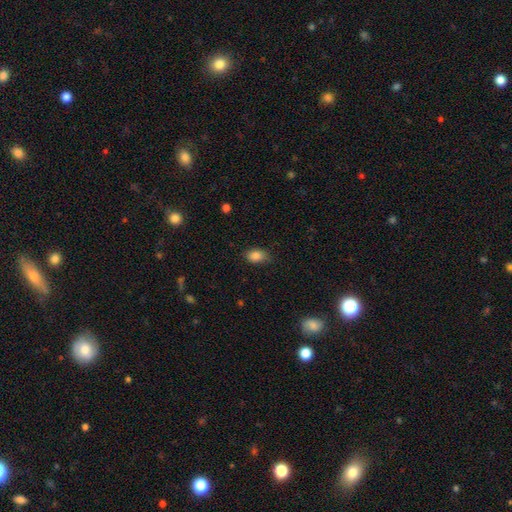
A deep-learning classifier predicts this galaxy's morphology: Smooth or featured?
  - smooth: 86% *
  - star or artifact: 9%
  - featured or disk: 5%
How rounded?
  - in between: 82% *
  - round: 16%
  - cigar-shaped: 2%
Merging?
  - none: 76% *
  - minor disturbance: 20%
  - major disturbance: 4%
  - merger: 1%